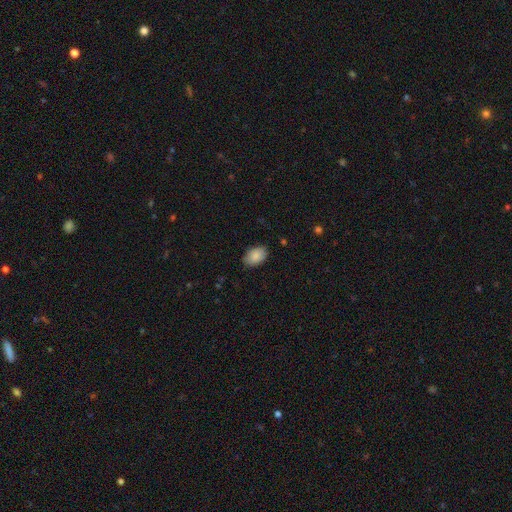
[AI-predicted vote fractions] The model was most divided on "merging": none: 83%, minor disturbance: 13%, major disturbance: 3%, merger: 1%. More confident: how rounded — in between (88%); smooth or featured — smooth (88%).